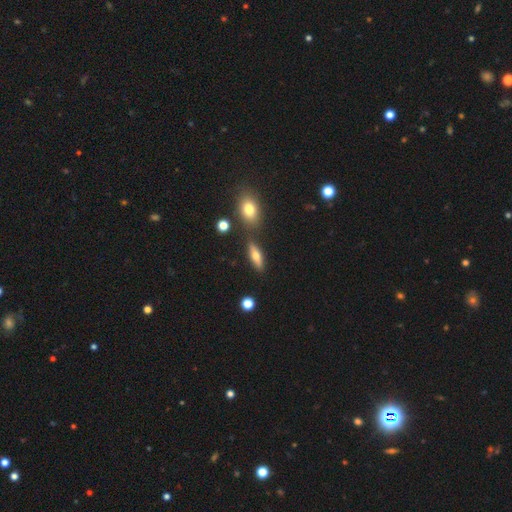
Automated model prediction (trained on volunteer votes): The model was most divided on "how rounded" (2-way tie): cigar-shaped: 48%, in between: 48%, round: 5%. More confident: merging — none (78%); smooth or featured — smooth (54%).